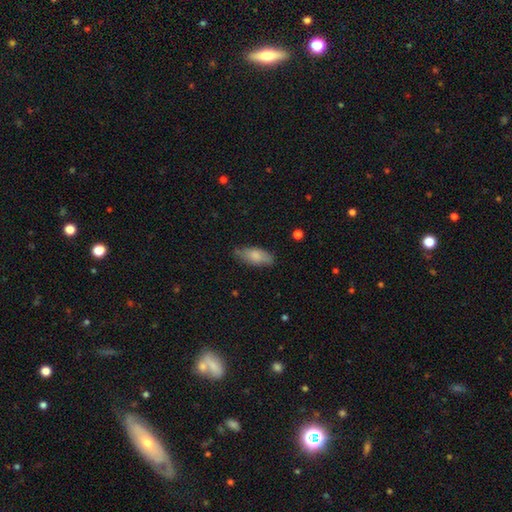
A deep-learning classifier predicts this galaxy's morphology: A smooth galaxy with no disk features (78%) that is in between round and cigar-shaped (83%). Merging: none (73%).